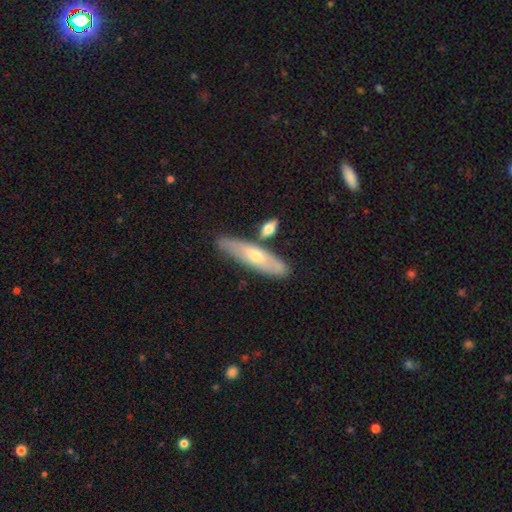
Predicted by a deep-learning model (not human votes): This is possibly a featured or disk galaxy (51%). It is likely viewed edge-on (63%). Merging: likely none (77%).